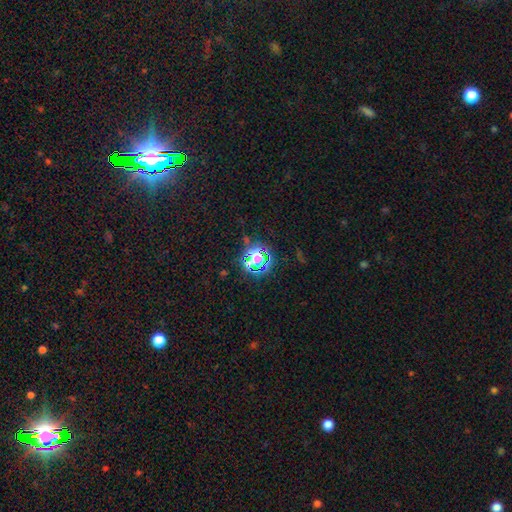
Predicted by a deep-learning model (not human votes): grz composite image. It shows a star or artifact, not a galaxy (62%).